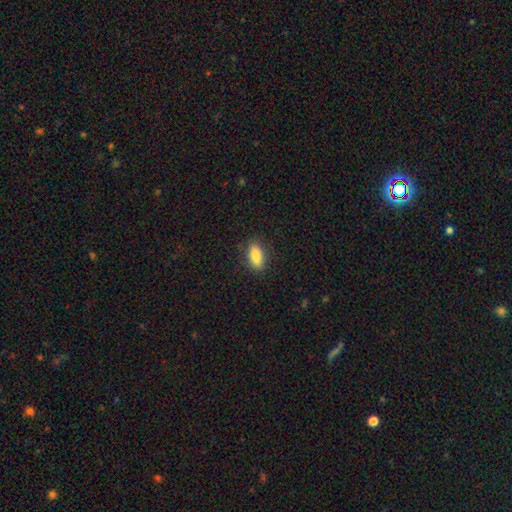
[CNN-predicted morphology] This is clearly a smooth galaxy (85%). How rounded: clearly in between (86%). Merging: clearly none (86%).